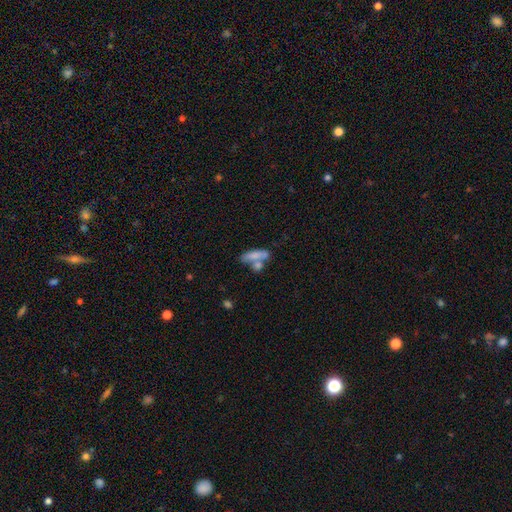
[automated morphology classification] This appears to be a smooth galaxy with no disk features (72%) that is in between round and cigar-shaped (50%). Merging: merger (43%).